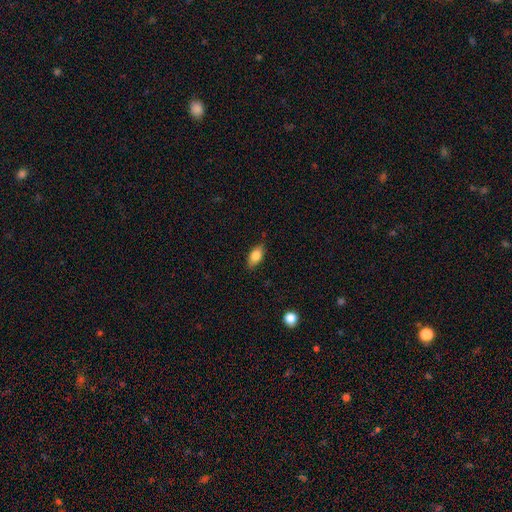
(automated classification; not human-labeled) A smooth galaxy with no disk features (81%) that is in between round and cigar-shaped (88%).

Vote fractions:
- Smooth or featured? smooth: 81% / featured or disk: 12% / star or artifact: 7%
- How rounded? in between: 88% / cigar-shaped: 8% / round: 4%
- Merging? none: 84% / minor disturbance: 13% / major disturbance: 2% / merger: 1%